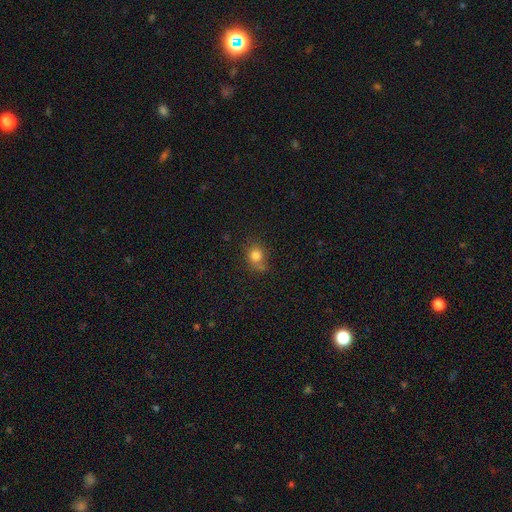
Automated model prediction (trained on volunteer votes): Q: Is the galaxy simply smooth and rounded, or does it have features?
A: smooth — 80%.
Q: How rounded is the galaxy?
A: round — 74%.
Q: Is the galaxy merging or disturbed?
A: none — 65%.